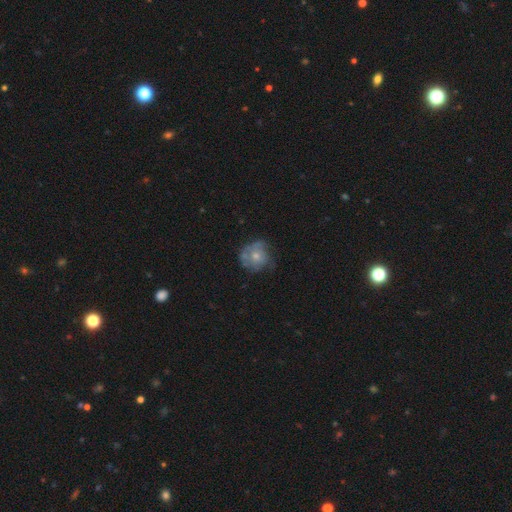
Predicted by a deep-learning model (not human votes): Morphology: type=featured or disk (50%); edge-on=no (97%); merging=none (53%).